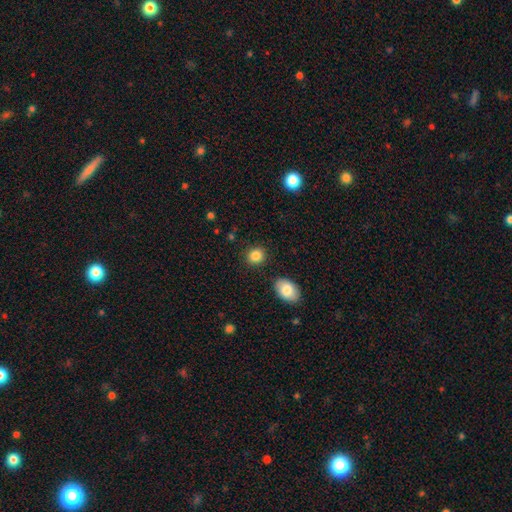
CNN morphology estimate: This appears to be a smooth galaxy with no disk features (86%) that is round (75%). Merging: none (87%).